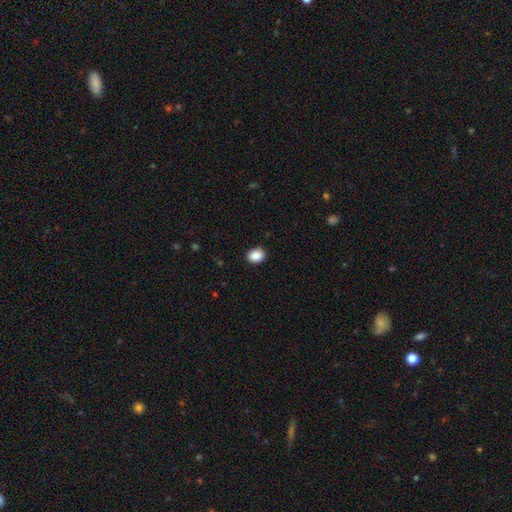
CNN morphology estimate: Smooth or featured? Predicted: smooth (p=0.89). How rounded? Predicted: in between (p=0.50). Merging? Predicted: none (p=0.90).